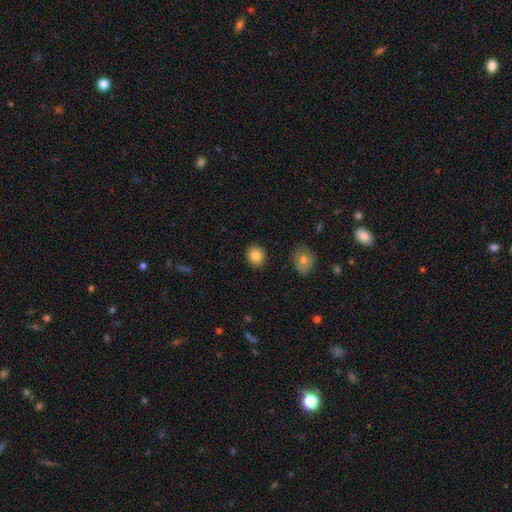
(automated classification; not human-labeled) Overall: smooth (84%). How rounded: round (72%). Merging: none (89%).